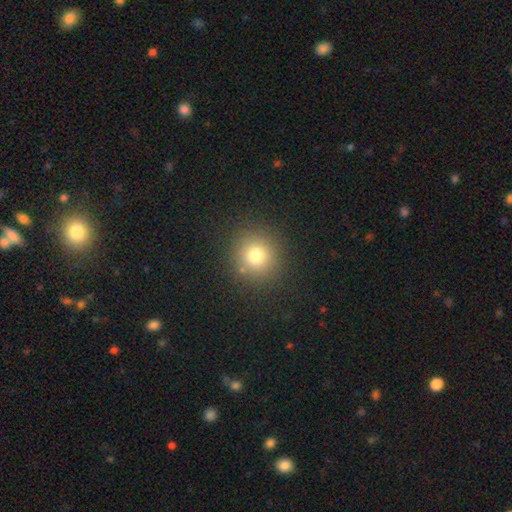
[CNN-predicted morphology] A smooth galaxy with no disk features (76%) that is round (91%).

Vote fractions:
- Smooth or featured? smooth: 76% / star or artifact: 16% / featured or disk: 9%
- How rounded? round: 91% / in between: 8% / cigar-shaped: 1%
- Merging? none: 87% / minor disturbance: 7% / major disturbance: 3% / merger: 2%